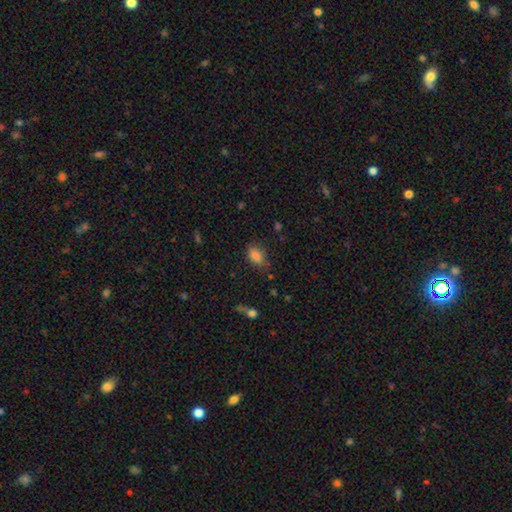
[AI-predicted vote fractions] Smooth or featured? Predicted: smooth (p=0.83). How rounded? Predicted: in between (p=0.87). Merging? Predicted: none (p=0.73).